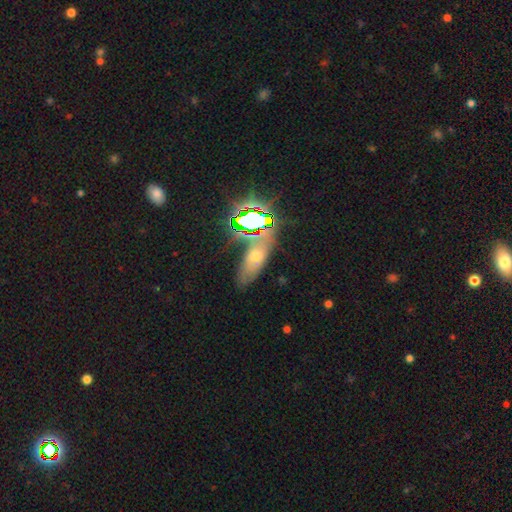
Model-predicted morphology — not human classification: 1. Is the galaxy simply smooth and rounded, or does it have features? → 42% star or artifact, 32% smooth, 26% featured or disk.